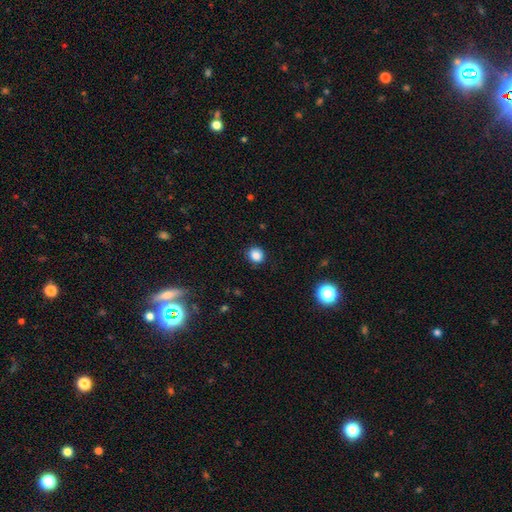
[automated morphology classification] Q: Smooth or featured?
A: smooth (85%); runner-up: star or artifact (12%)
Q: How rounded?
A: round (84%); runner-up: in between (15%)
Q: Merging?
A: none (87%); runner-up: minor disturbance (9%)